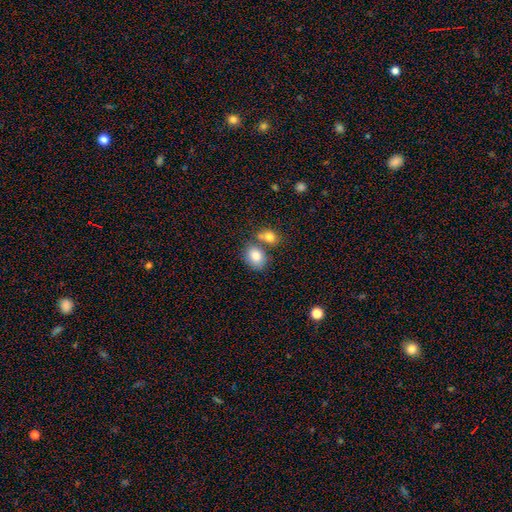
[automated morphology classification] The model was most divided on "how rounded": in between: 56%, round: 43%, cigar-shaped: 1%. More confident: smooth or featured — smooth (83%); merging — none (51%).